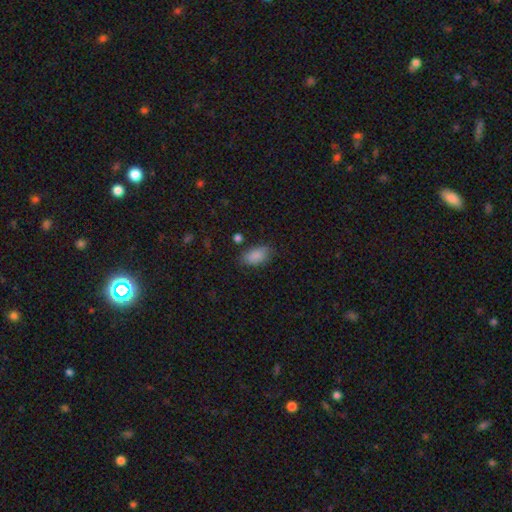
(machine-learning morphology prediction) This is clearly a smooth galaxy (87%). How rounded: clearly in between (92%). Merging: likely none (76%).